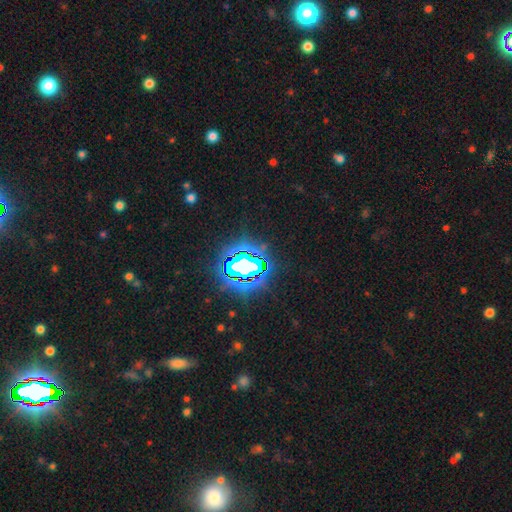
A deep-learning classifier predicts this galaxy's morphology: A star or artifact, not a galaxy (85%).

Vote fractions:
- Smooth or featured? star or artifact: 85% / smooth: 9% / featured or disk: 6%